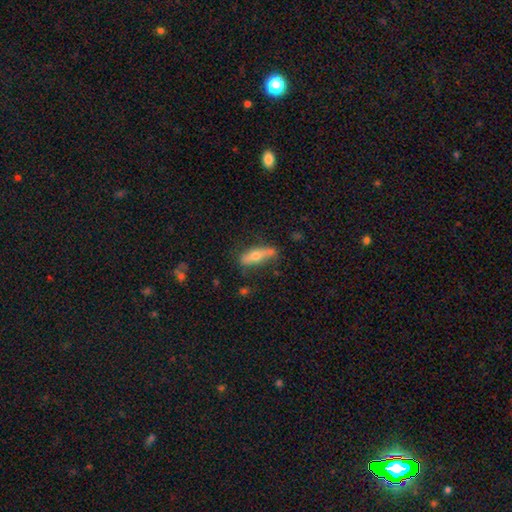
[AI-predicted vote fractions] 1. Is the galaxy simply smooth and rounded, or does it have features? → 53% smooth, 40% featured or disk, 7% star or artifact.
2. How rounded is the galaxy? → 57% cigar-shaped, 40% in between, 3% round.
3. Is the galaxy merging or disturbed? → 69% none, 20% minor disturbance, 6% merger, 5% major disturbance.